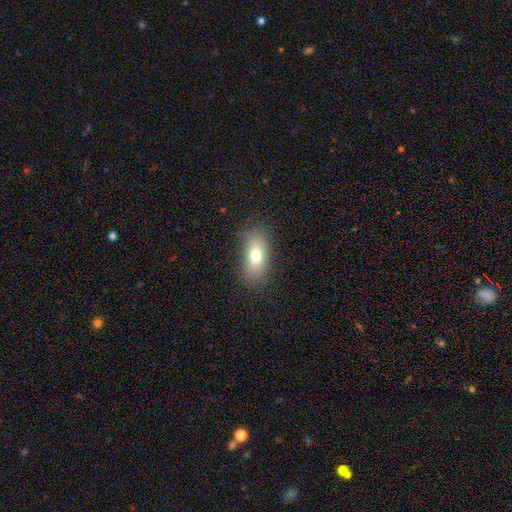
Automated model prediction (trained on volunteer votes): The model was most divided on "smooth or featured": smooth: 73%, featured or disk: 17%, star or artifact: 10%. More confident: how rounded — in between (83%); merging — none (80%).